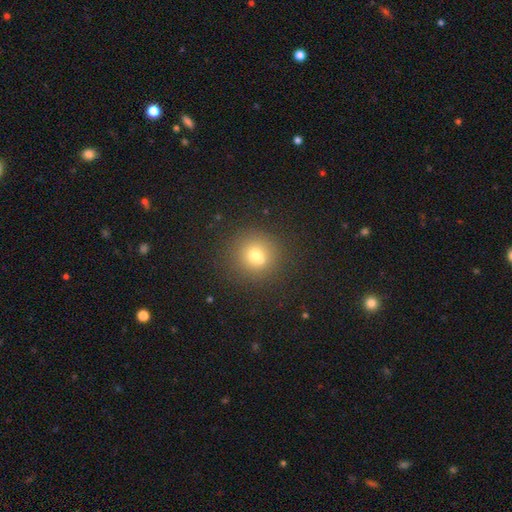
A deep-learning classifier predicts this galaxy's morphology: This is likely a smooth galaxy (68%). How rounded: clearly round (89%). Merging: likely none (66%).